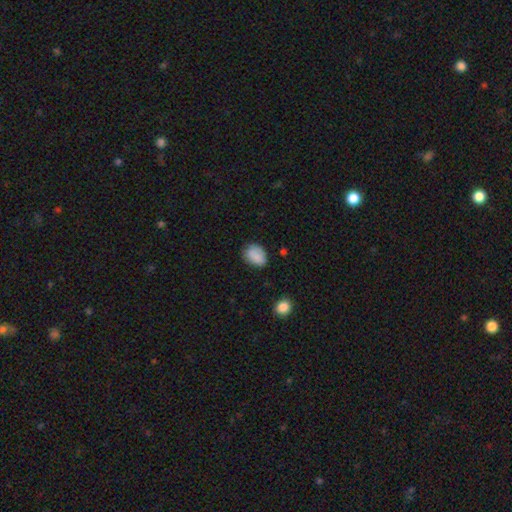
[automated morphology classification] The model was most divided on "how rounded": in between: 73%, round: 26%, cigar-shaped: 1%. More confident: smooth or featured — smooth (85%); merging — none (72%).